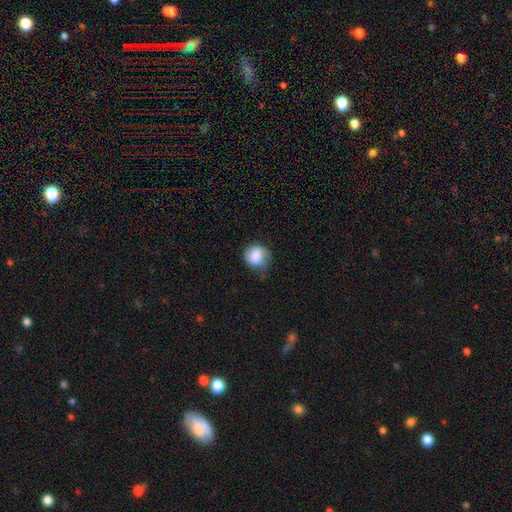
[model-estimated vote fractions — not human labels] Smooth or featured: smooth — 71% (featured or disk — 22%)
How rounded: round — 67% (in between — 32%)
Merging: none — 47% (minor disturbance — 36%)